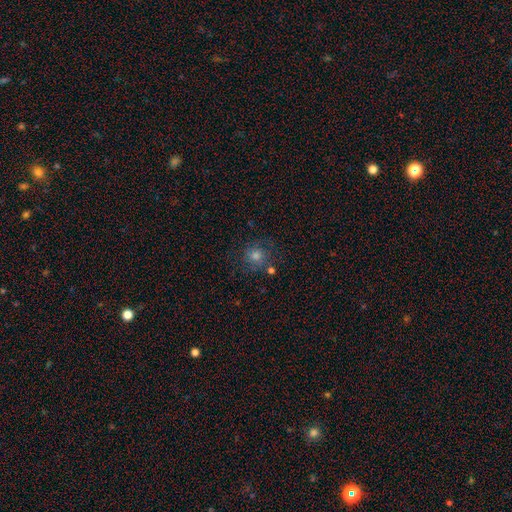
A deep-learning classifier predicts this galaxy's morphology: A smooth galaxy with no disk features (50%). Merging: none (74%).